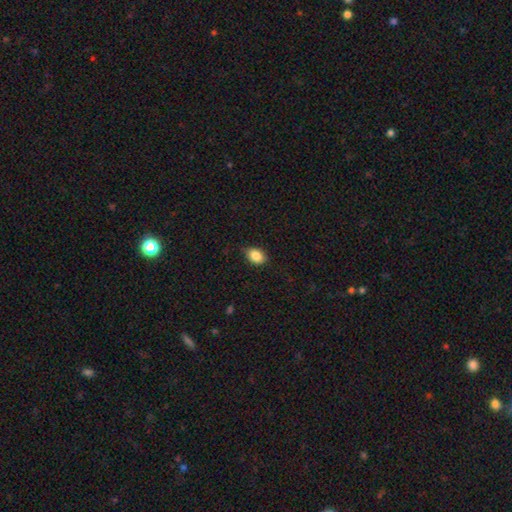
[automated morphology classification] A smooth galaxy with no disk features (87%) that is in between round and cigar-shaped (82%). Merging: none (81%).